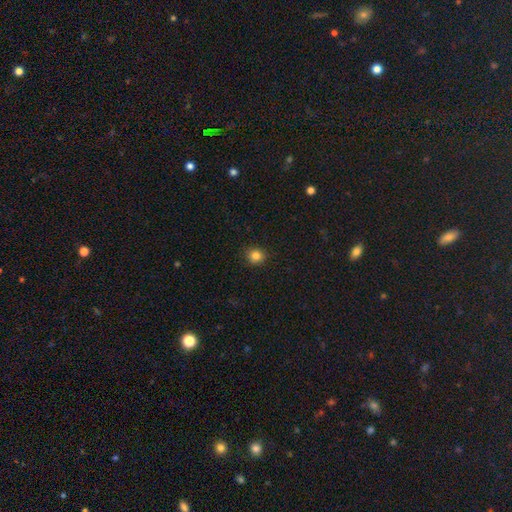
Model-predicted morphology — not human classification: smooth 84%, star or artifact 12%, featured or disk 4%. Down the decision tree: how rounded — round (87%); merging — none (90%).